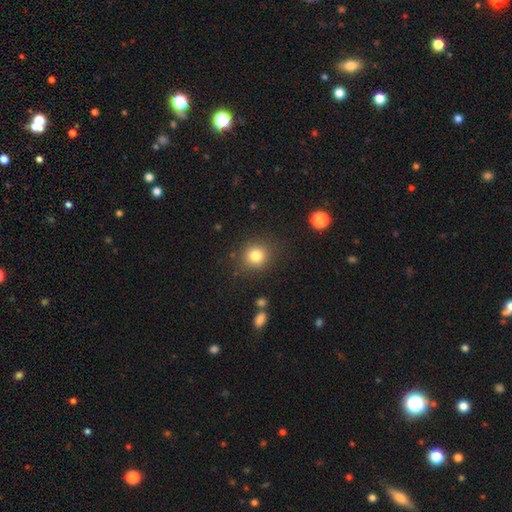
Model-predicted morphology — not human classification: This appears to be a smooth galaxy with no disk features (82%) that is round (86%). Merging: none (85%).